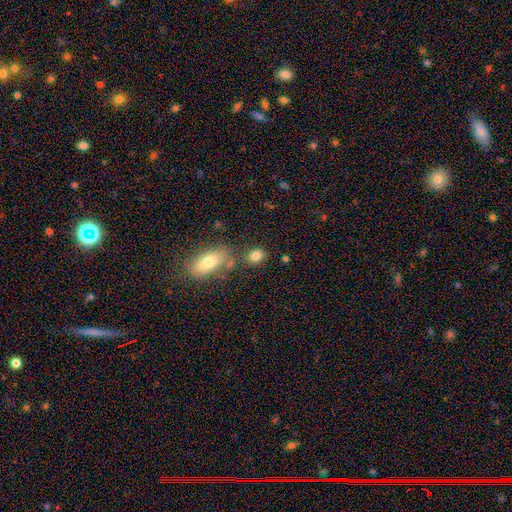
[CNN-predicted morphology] This is clearly a smooth galaxy (82%). How rounded: possibly in between (52%). Merging: likely none (71%).